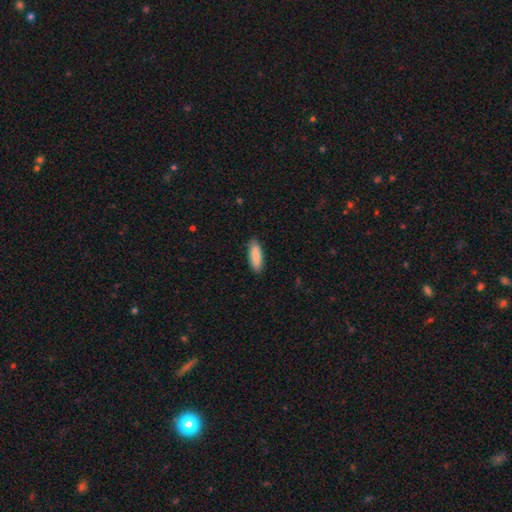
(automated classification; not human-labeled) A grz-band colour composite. It shows a smooth galaxy with no disk features (86%) that is in between round and cigar-shaped (56%). Merging: none (88%).